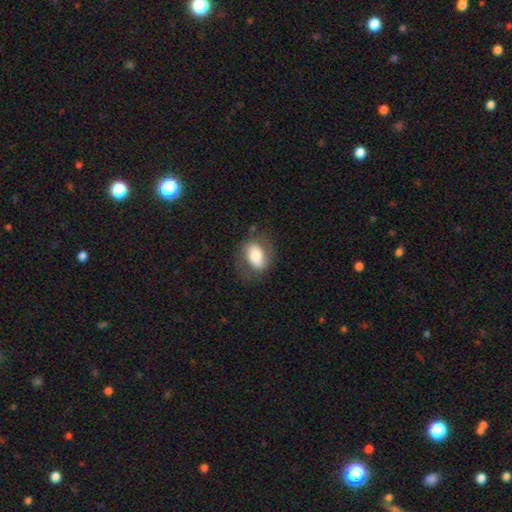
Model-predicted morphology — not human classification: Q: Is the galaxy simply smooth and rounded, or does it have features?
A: smooth — 64%.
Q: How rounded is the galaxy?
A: in between — 81%.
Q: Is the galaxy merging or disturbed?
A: none — 68%.